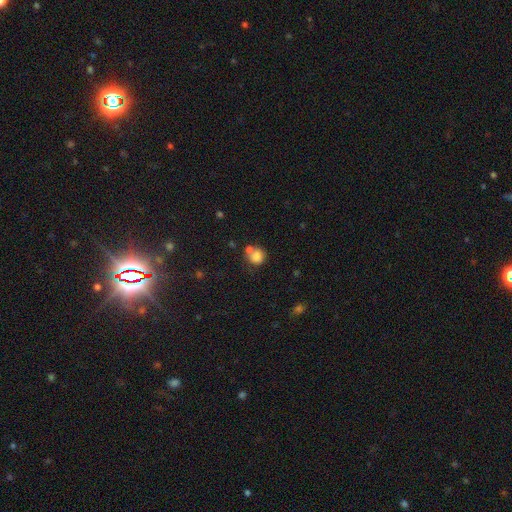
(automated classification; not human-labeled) Smooth or featured? Predicted: smooth (p=0.80). How rounded? Predicted: round (p=0.79). Merging? Predicted: none (p=0.44).